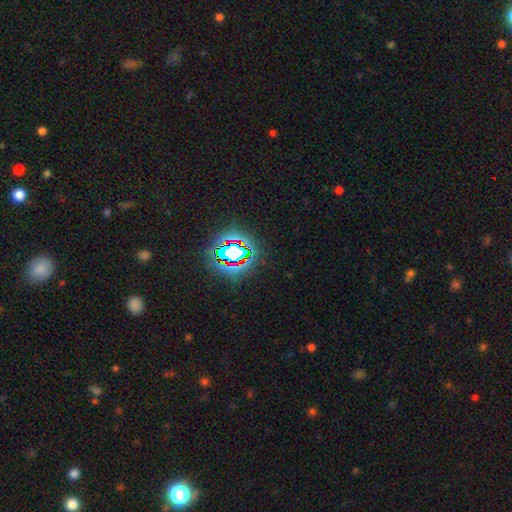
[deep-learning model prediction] A star or artifact, not a galaxy (77%).

Vote fractions:
- Smooth or featured? star or artifact: 77% / smooth: 15% / featured or disk: 8%